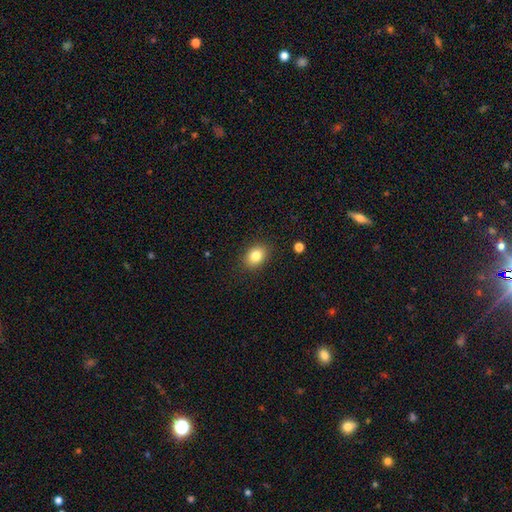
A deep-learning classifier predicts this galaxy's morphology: Smooth or featured: smooth — 82% (star or artifact — 10%)
How rounded: in between — 64% (round — 35%)
Merging: none — 88% (minor disturbance — 9%)